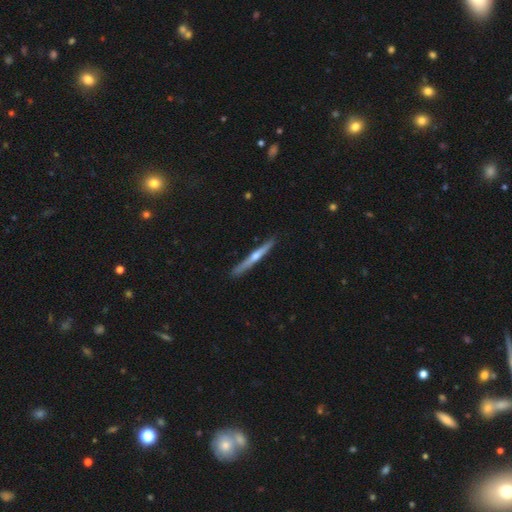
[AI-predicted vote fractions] smooth_or_featured: featured or disk (p=0.70) [alt: smooth p=0.25]
disk_edge_on: yes (p=0.98) [alt: no p=0.02]
edge_on_bulge: rounded (p=0.83) [alt: none p=0.14]
merging: none (p=0.91) [alt: minor disturbance p=0.07]